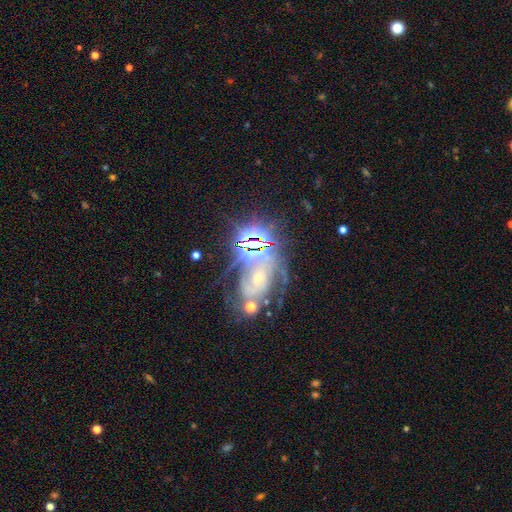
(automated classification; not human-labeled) A featured or disk galaxy (62%) with no bar (64%), spiral arms (82%) and a small central bulge (66%). Merging: none (53%).